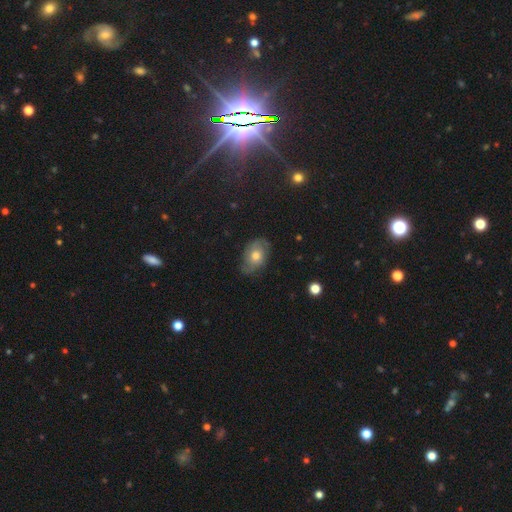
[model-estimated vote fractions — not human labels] A smooth galaxy with no disk features (46%). Merging: none (67%).